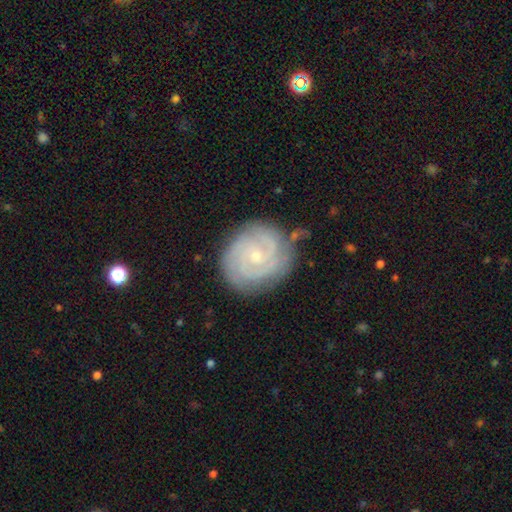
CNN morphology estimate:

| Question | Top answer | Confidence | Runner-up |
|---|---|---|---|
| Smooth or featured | featured or disk | 85% | smooth (9%) |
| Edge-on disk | no | 98% | yes (2%) |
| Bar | no | 71% | weak (24%) |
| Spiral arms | yes | 97% | no (3%) |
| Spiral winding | tight | 78% | medium (19%) |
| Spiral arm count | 2 | 33% | 3 (29%) |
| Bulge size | small | 74% | moderate (22%) |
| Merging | none | 78% | minor disturbance (16%) |